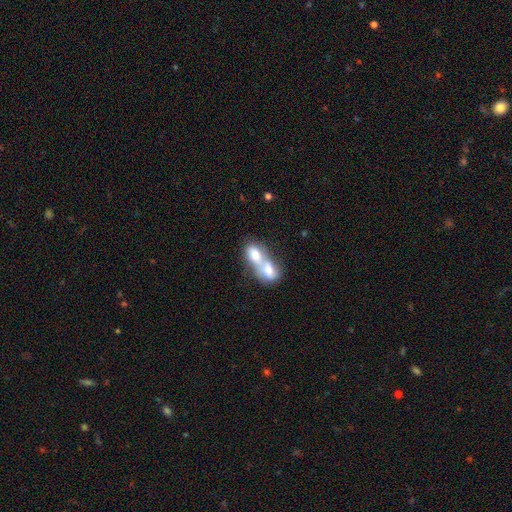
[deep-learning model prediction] Q: Smooth or featured?
A: smooth (69%); runner-up: featured or disk (23%)
Q: How rounded?
A: in between (74%); runner-up: round (22%)
Q: Merging?
A: merger (82%); runner-up: none (10%)